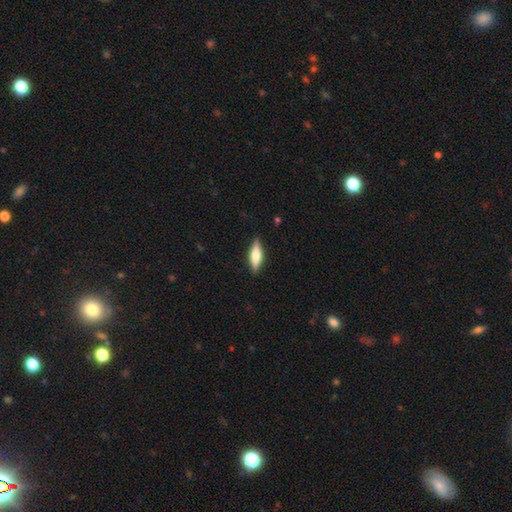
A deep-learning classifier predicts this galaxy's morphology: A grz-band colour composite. It shows a smooth galaxy with no disk features (50%) that is cigar-shaped (52%). Merging: none (88%).